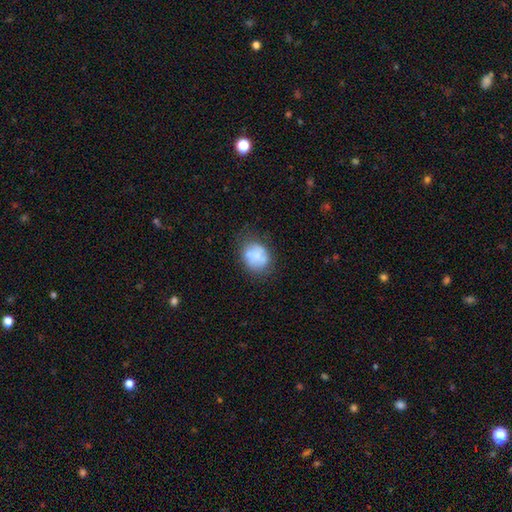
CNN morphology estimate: Overall: smooth (58%; featured or disk 33%). How rounded: round (58%; in between 41%). Merging: none (49%; minor disturbance 22%).